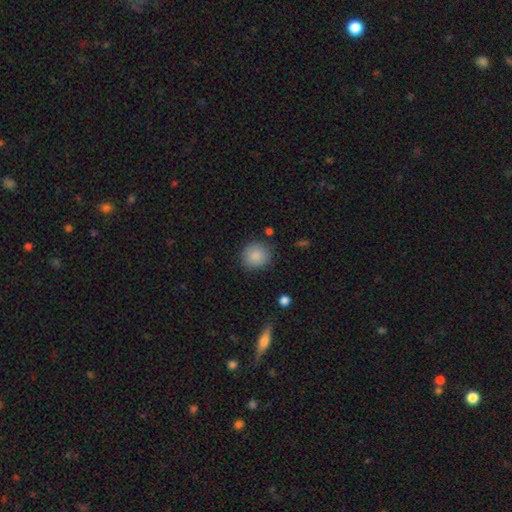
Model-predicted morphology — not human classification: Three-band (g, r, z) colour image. It shows a smooth galaxy with no disk features (88%) that is round (88%). Merging: none (84%).